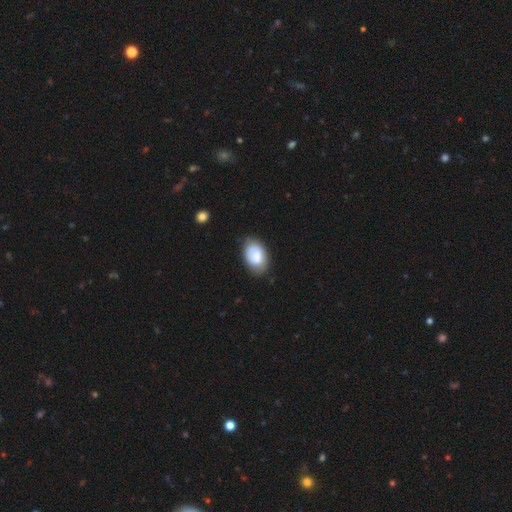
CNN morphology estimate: The model was most divided on "merging": none: 70%, minor disturbance: 23%, major disturbance: 6%, merger: 2%. More confident: how rounded — in between (88%); smooth or featured — smooth (72%).